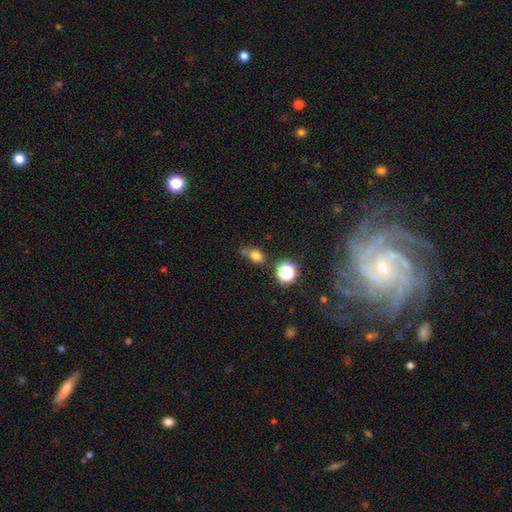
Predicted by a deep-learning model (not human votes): smooth 76%, star or artifact 17%, featured or disk 7%. Down the decision tree: how rounded — in between (57%); merging — none (61%).